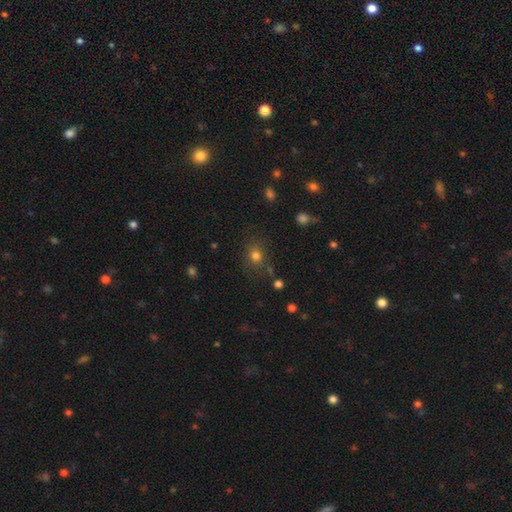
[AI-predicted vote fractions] A smooth galaxy with no disk features (77%) that is round (64%). Merging: none (74%).